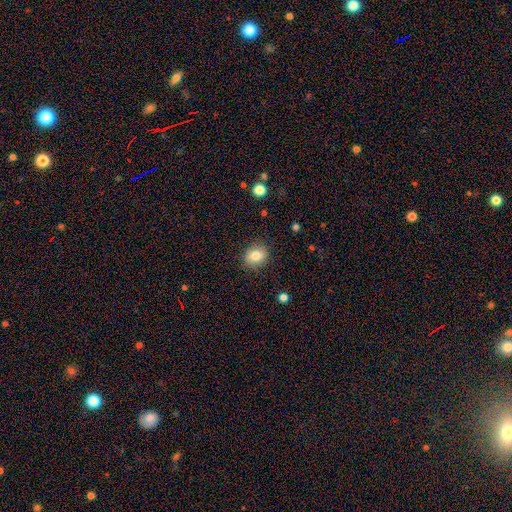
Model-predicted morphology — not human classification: A smooth galaxy with no disk features (81%) that is round (53%). Merging: none (87%).